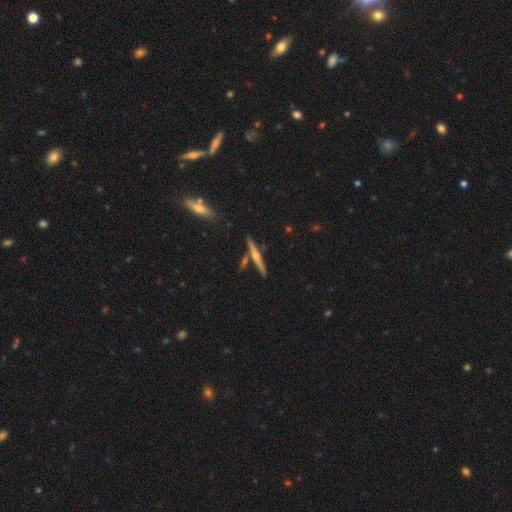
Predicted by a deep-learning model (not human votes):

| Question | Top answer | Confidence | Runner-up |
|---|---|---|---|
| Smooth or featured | featured or disk | 69% | smooth (24%) |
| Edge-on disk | yes | 97% | no (3%) |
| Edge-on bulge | rounded | 84% | none (12%) |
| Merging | none | 83% | minor disturbance (8%) |